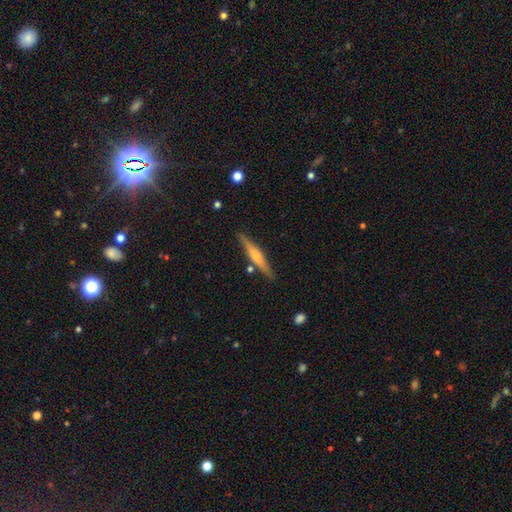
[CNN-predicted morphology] Smooth or featured? featured or disk (54%)
Edge-on disk? yes (96%)
Edge-on bulge? rounded (70%)
Merging? none (84%)